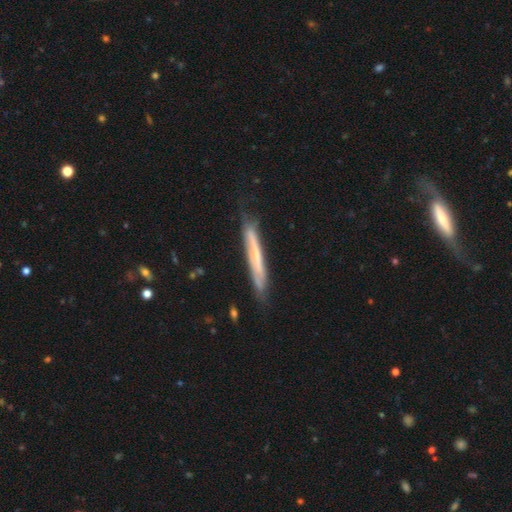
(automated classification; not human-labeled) Smooth or featured? featured or disk (50%)
Edge-on disk? yes (85%)
Merging? none (74%)